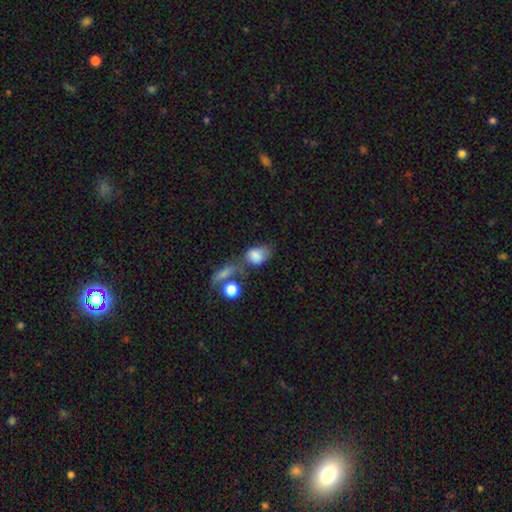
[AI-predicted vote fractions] Smooth or featured? Predicted: smooth (p=0.79). How rounded? Predicted: in between (p=0.79). Merging? Predicted: none (p=0.33).